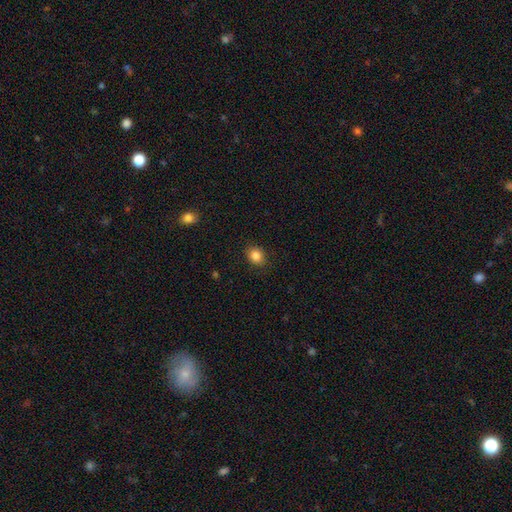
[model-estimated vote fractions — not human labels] Overall: smooth (85%). How rounded: round (62%; in between 37%). Merging: none (88%).